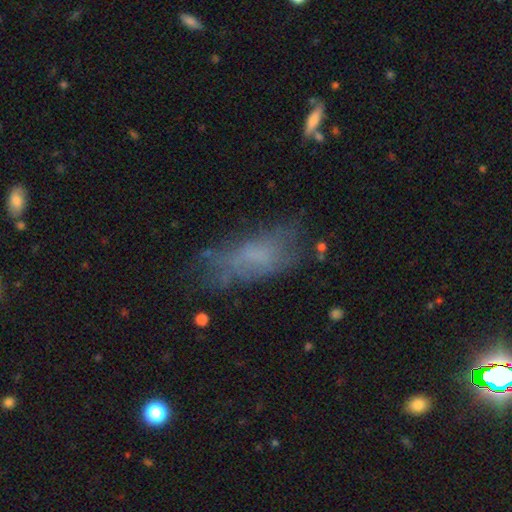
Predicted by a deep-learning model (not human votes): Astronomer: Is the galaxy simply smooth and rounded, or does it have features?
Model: smooth — 54% (runner-up: featured or disk, 33%).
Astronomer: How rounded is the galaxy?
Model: in between — 77%.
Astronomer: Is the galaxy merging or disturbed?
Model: none — 49% (runner-up: minor disturbance, 27%).